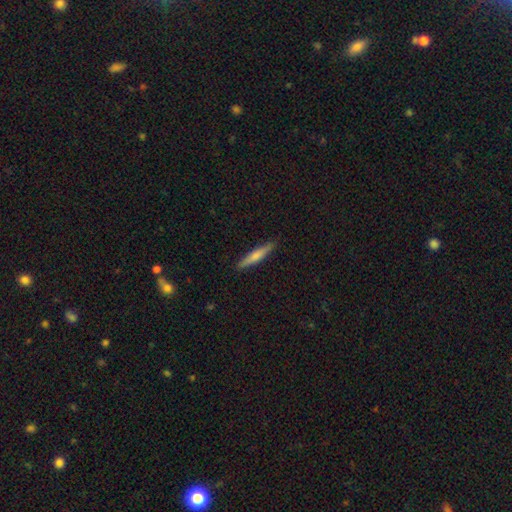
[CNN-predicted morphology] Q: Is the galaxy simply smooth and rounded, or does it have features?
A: smooth — 65%.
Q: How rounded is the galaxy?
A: cigar-shaped — 91%.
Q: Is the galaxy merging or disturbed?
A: none — 90%.